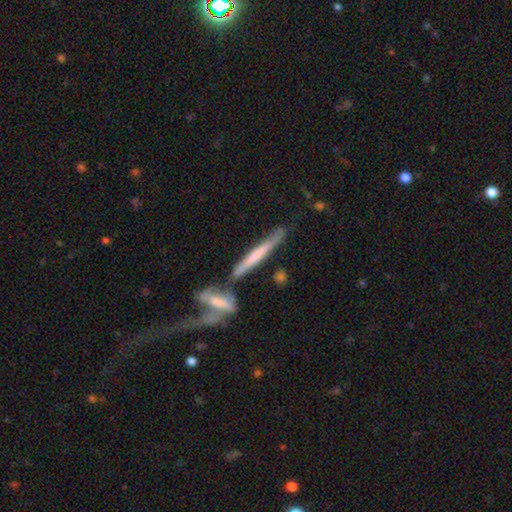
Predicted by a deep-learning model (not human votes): Overall: featured or disk (49%; smooth 44%). Merging: none (49%; merger 27%).